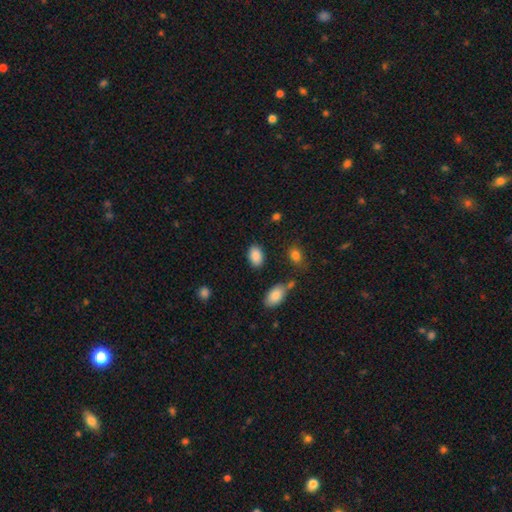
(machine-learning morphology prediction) smooth 88%, star or artifact 8%, featured or disk 5%. Down the decision tree: how rounded — in between (88%); merging — none (82%).